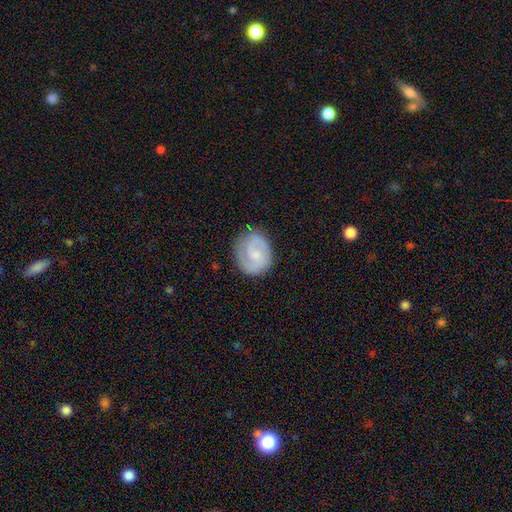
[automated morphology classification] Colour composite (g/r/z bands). It shows a featured or disk galaxy (63%) with no bar (49%), 2 (76%) medium (44%) spiral arms (90%) and a small central bulge (42%). Merging: none (77%).